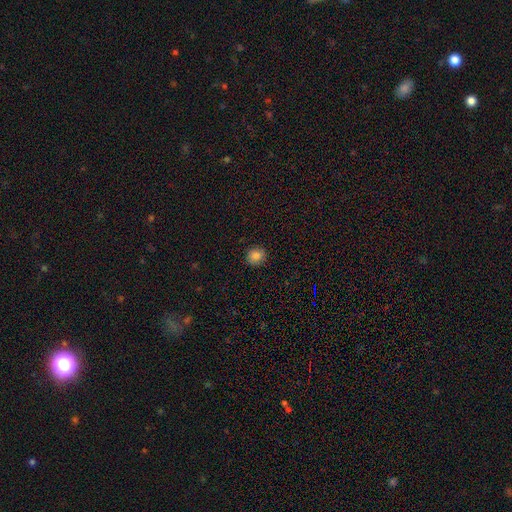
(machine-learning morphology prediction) Smooth or featured? Predicted: smooth (p=0.83). How rounded? Predicted: round (p=0.85). Merging? Predicted: none (p=0.89).